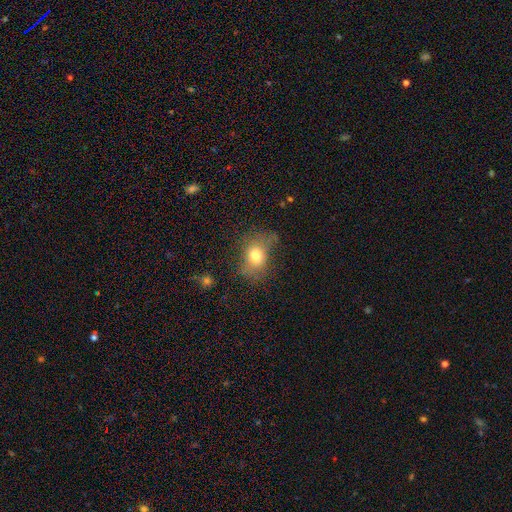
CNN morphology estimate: This appears to be a smooth galaxy with no disk features (73%) that is in between round and cigar-shaped (57%). Merging: none (56%).